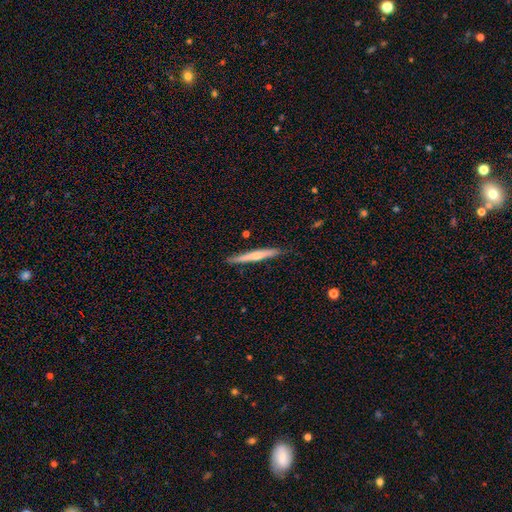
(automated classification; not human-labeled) This is possibly a featured or disk galaxy (48%). Merging: clearly none (87%).